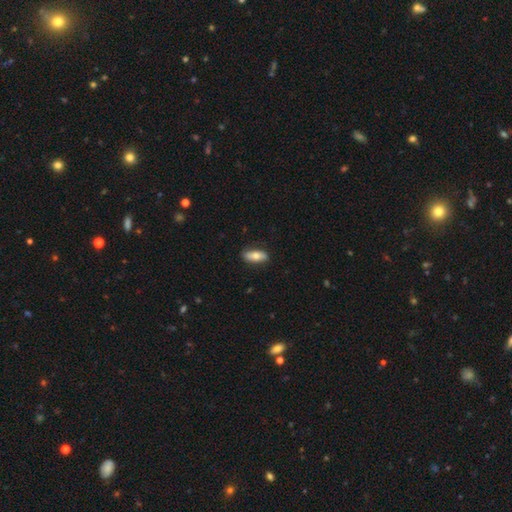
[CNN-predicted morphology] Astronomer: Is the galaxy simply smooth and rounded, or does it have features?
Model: smooth — 70%.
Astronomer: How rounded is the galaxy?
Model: in between — 74%.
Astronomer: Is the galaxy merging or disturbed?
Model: none — 85%.